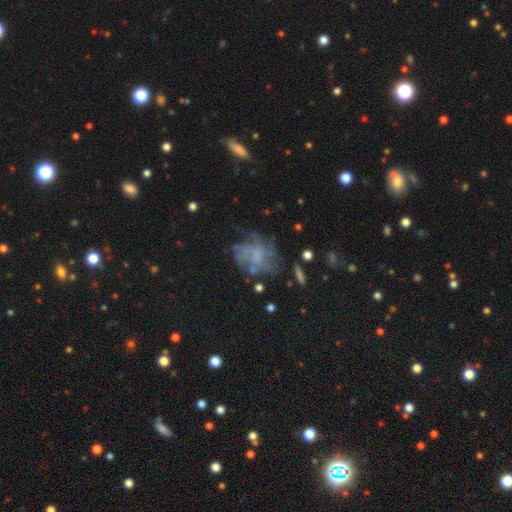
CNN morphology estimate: Smooth or featured? Predicted: featured or disk (p=0.62). Edge-on disk? Predicted: no (p=0.97). Bar? Predicted: no (p=0.80). Spiral arms? Predicted: yes (p=0.58). Bulge size? Predicted: none (p=0.55). Merging? Predicted: none (p=0.50).